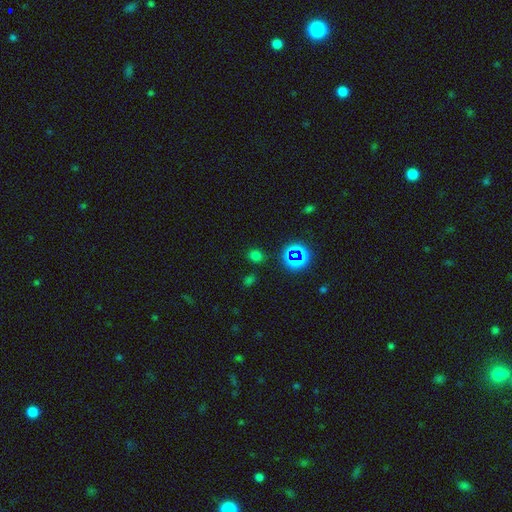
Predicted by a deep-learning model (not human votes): Overall: smooth (63%; star or artifact 32%). How rounded: round (73%). Merging: none (84%).